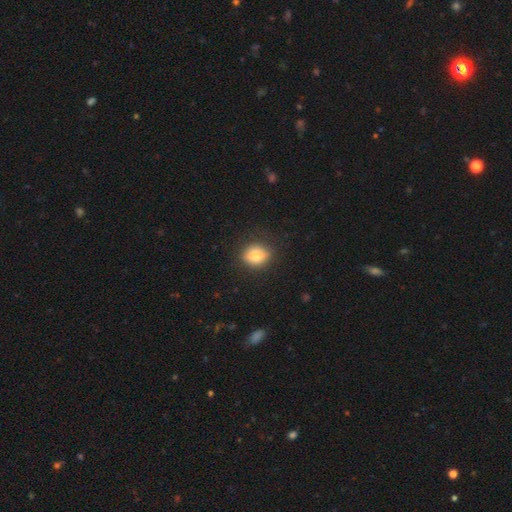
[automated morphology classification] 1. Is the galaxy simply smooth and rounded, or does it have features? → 79% smooth, 11% featured or disk, 9% star or artifact.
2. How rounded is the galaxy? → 60% round, 38% in between, 1% cigar-shaped.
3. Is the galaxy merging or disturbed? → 82% none, 13% minor disturbance, 4% major disturbance, 1% merger.